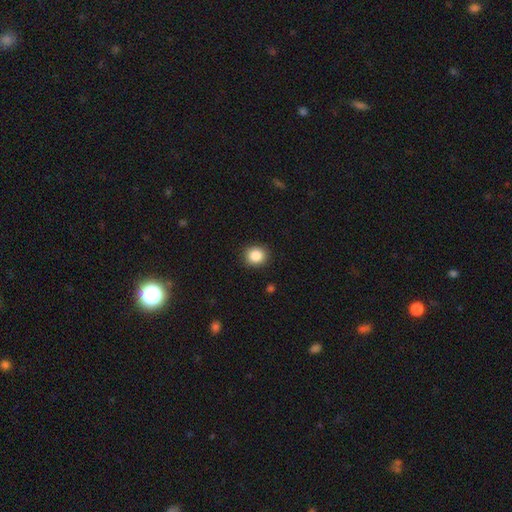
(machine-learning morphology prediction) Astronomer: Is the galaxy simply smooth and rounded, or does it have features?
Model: smooth — 87%.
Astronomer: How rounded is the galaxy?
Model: round — 83%.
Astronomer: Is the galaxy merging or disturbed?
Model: none — 91%.